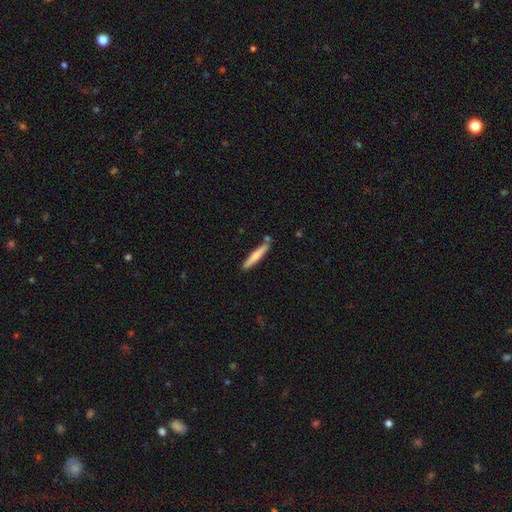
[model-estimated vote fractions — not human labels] Morphology: type=smooth (66%); roundness=cigar-shaped (95%); merging=none (82%).